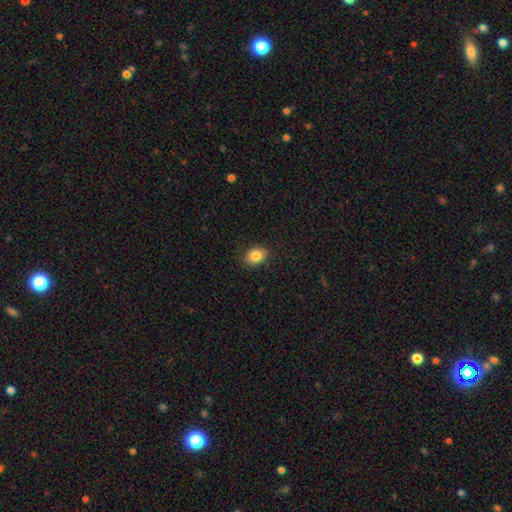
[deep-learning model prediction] smooth-or-featured: smooth: 84% | star or artifact: 9% | featured or disk: 7%
  how-rounded: in between: 68% | round: 31% | cigar-shaped: 1%
  merging: none: 87% | minor disturbance: 10% | major disturbance: 2% | merger: 1%